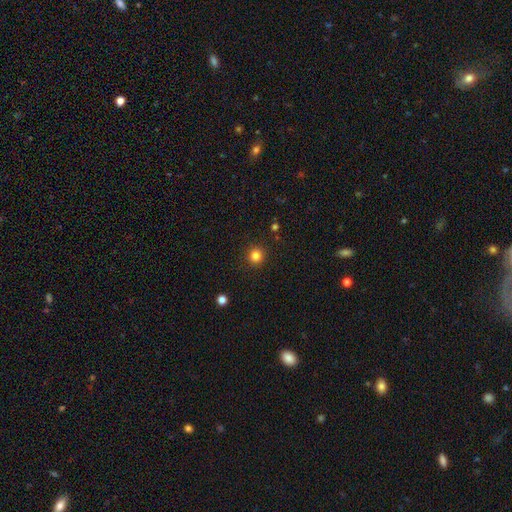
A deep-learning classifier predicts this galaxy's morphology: This is clearly a smooth galaxy (83%). How rounded: clearly round (93%). Merging: clearly none (91%).